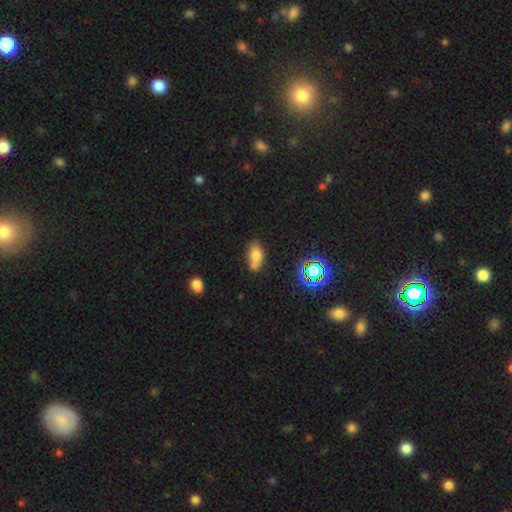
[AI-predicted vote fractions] The model was most divided on "merging": none: 52%, merger: 27%, minor disturbance: 17%, major disturbance: 5%. More confident: how rounded — in between (84%); smooth or featured — smooth (71%).